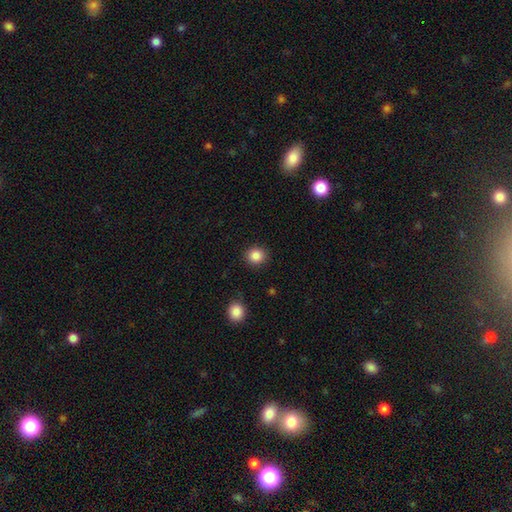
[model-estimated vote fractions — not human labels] Smooth or featured? Predicted: smooth (p=0.86). How rounded? Predicted: round (p=0.85). Merging? Predicted: none (p=0.90).